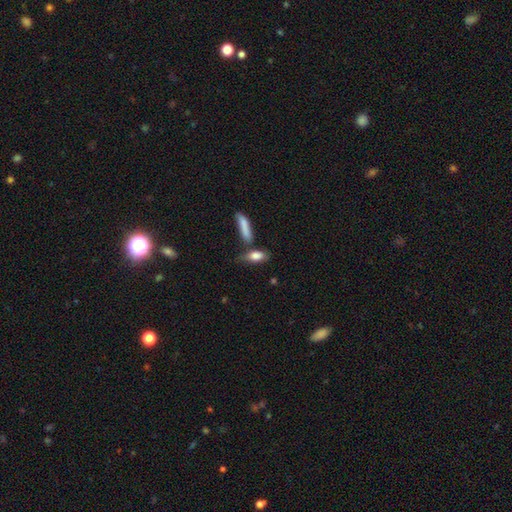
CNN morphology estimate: This appears to be a smooth galaxy with no disk features (79%) that is in between round and cigar-shaped (71%). Merging: none (45%).